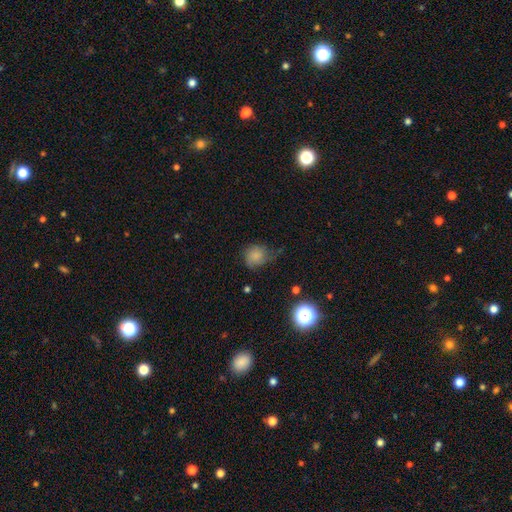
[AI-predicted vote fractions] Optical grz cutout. It shows a smooth galaxy with no disk features (74%) that is round (76%). Merging: none (46%).